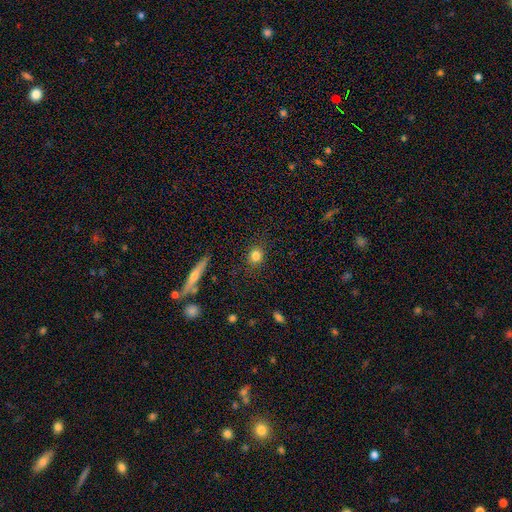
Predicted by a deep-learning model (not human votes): smooth-or-featured: smooth: 83% | star or artifact: 10% | featured or disk: 7%
  how-rounded: round: 74% | in between: 24% | cigar-shaped: 3%
  merging: none: 87% | minor disturbance: 9% | major disturbance: 3% | merger: 2%